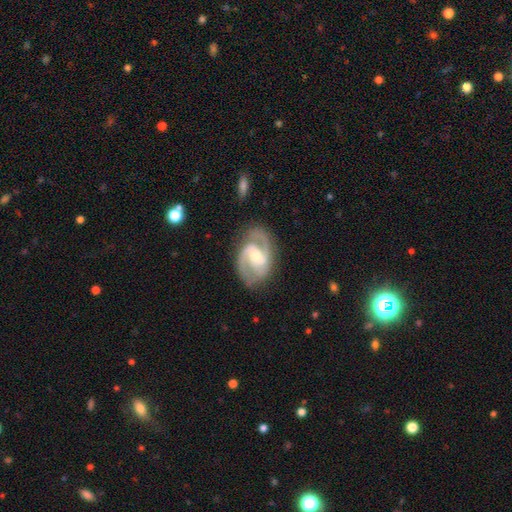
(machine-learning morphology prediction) A featured or disk galaxy (92%) with a weak bar (45%), 2 (84%) medium (58%) spiral arms (98%) and a moderate central bulge (61%). Merging: none (80%).